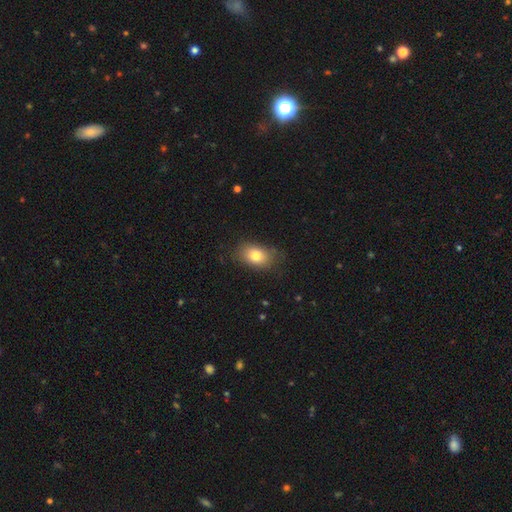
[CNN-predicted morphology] Q: Smooth or featured?
A: smooth (79%); runner-up: featured or disk (11%)
Q: How rounded?
A: in between (79%); runner-up: round (19%)
Q: Merging?
A: none (75%); runner-up: minor disturbance (19%)